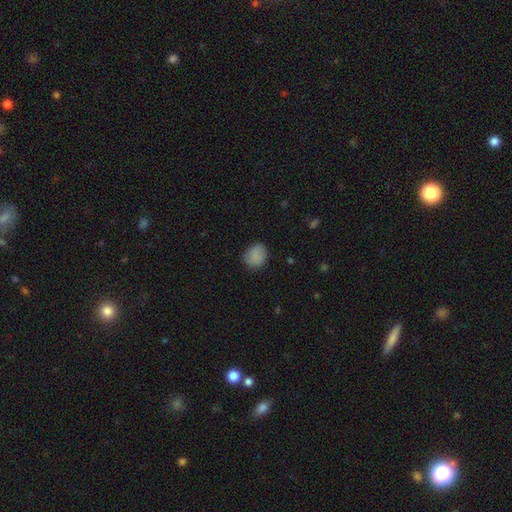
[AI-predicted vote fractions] smooth_or_featured: smooth (p=0.84) [alt: star or artifact p=0.09]
how_rounded: round (p=0.66) [alt: in between p=0.33]
merging: none (p=0.78) [alt: minor disturbance p=0.17]